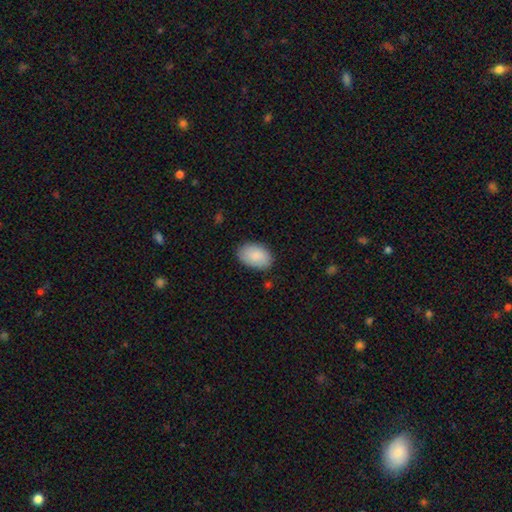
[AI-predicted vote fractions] A smooth galaxy with no disk features (88%) that is in between round and cigar-shaped (90%).

Vote fractions:
- Smooth or featured? smooth: 88% / featured or disk: 7% / star or artifact: 6%
- How rounded? in between: 90% / round: 9% / cigar-shaped: 1%
- Merging? none: 83% / minor disturbance: 13% / major disturbance: 3% / merger: 1%